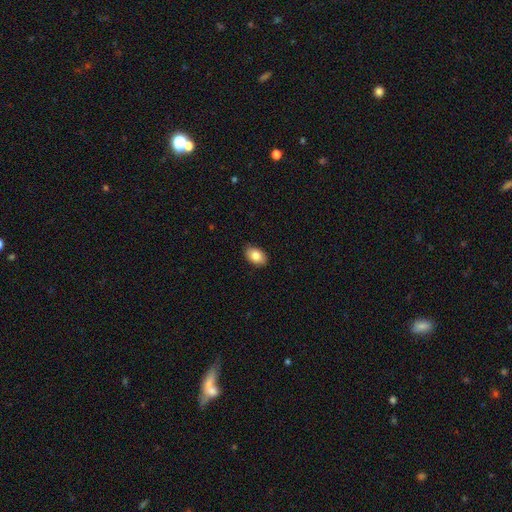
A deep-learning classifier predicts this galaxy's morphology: Overall: smooth (83%). How rounded: in between (87%). Merging: none (88%).